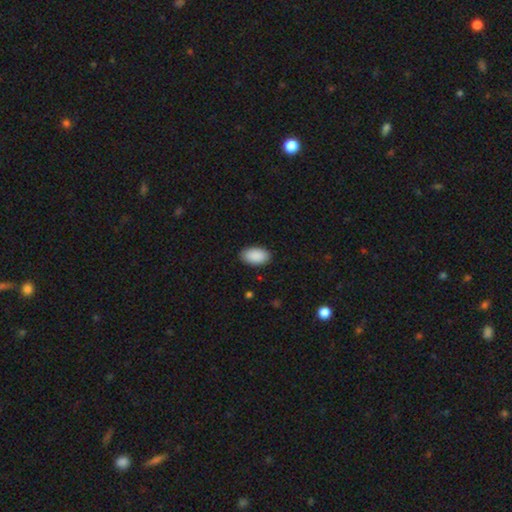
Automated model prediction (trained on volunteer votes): Smooth or featured: smooth — 91% (star or artifact — 6%)
How rounded: in between — 96% (round — 3%)
Merging: none — 89% (minor disturbance — 8%)